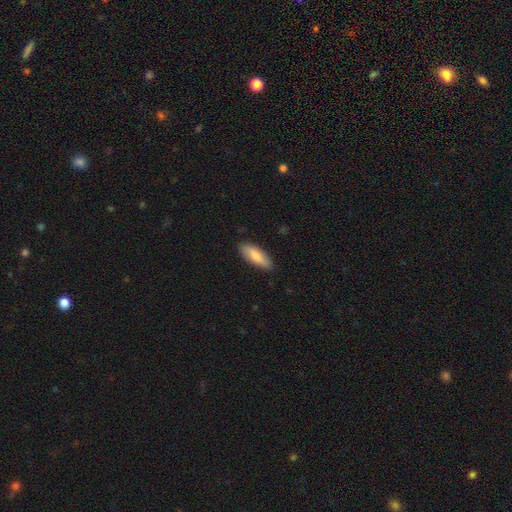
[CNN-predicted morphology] smooth-or-featured: smooth: 78% | featured or disk: 16% | star or artifact: 5%
  how-rounded: in between: 66% | cigar-shaped: 32% | round: 2%
  merging: none: 85% | minor disturbance: 12% | major disturbance: 2% | merger: 1%